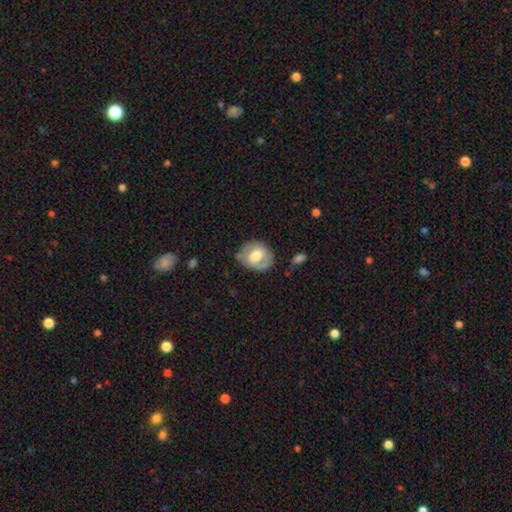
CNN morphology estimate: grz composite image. It shows a featured or disk galaxy (52%). Merging: none (68%).